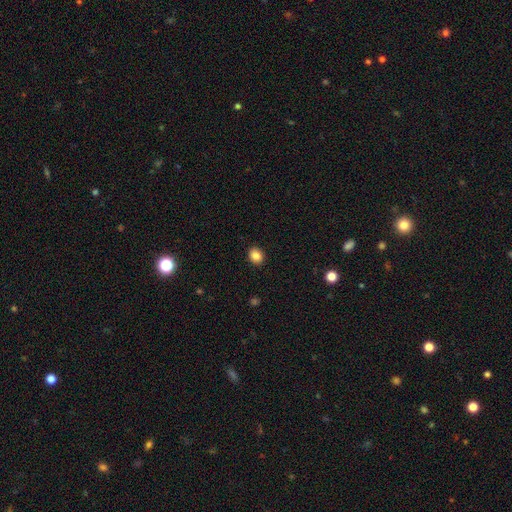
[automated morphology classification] Smooth or featured? smooth (86%)
How rounded? round (59%)
Merging? none (91%)